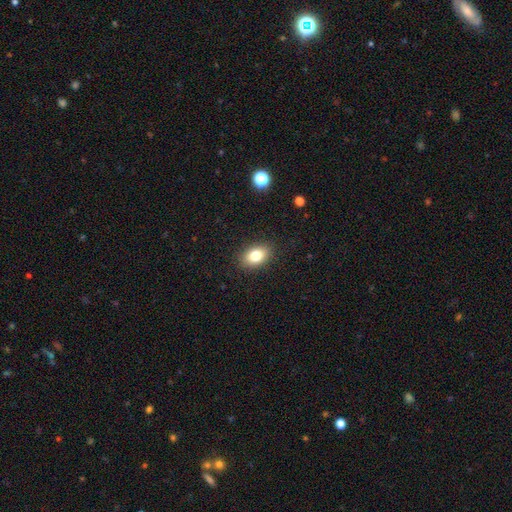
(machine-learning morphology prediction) The model was most divided on "how rounded": in between: 81%, round: 17%, cigar-shaped: 1%. More confident: merging — none (88%); smooth or featured — smooth (81%).